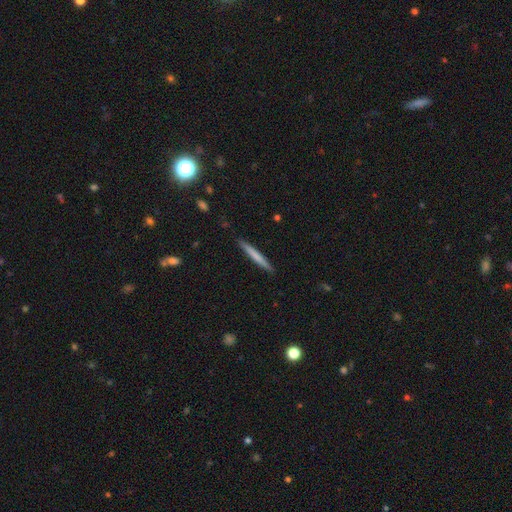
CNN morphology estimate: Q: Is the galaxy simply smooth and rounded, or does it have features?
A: smooth — 66%.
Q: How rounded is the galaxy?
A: cigar-shaped — 96%.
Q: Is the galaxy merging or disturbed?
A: none — 91%.